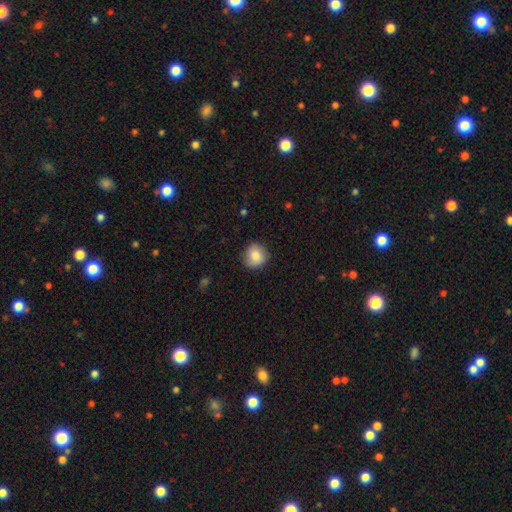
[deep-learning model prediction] Smooth or featured? Predicted: smooth (p=0.84). How rounded? Predicted: round (p=0.90). Merging? Predicted: none (p=0.86).